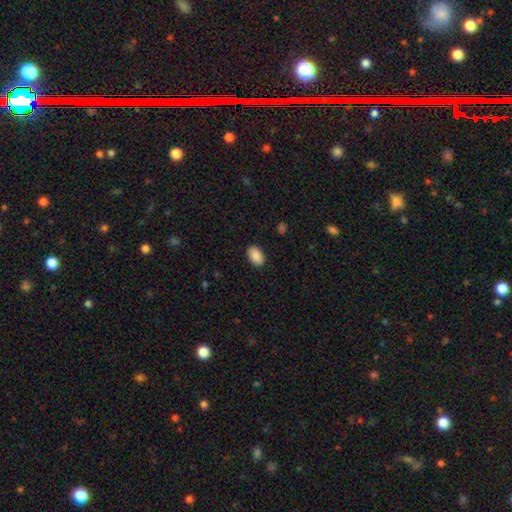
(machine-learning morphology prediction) Smooth or featured?
  - smooth: 90% *
  - star or artifact: 7%
  - featured or disk: 3%
How rounded?
  - in between: 90% *
  - round: 9%
  - cigar-shaped: 1%
Merging?
  - none: 89% *
  - minor disturbance: 8%
  - major disturbance: 2%
  - merger: 1%